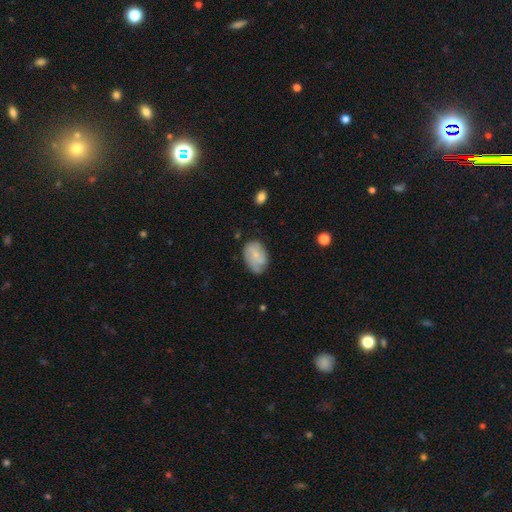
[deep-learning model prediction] The model was most divided on "merging": none: 52%, minor disturbance: 34%, major disturbance: 11%, merger: 3%. More confident: how rounded — in between (85%); smooth or featured — smooth (58%).